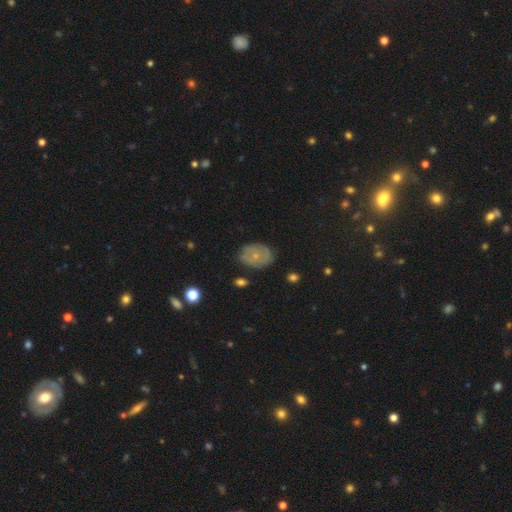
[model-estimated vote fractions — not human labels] The model was most divided on "smooth or featured": featured or disk: 49%, smooth: 39%, star or artifact: 11%. More confident: merging — none (70%).